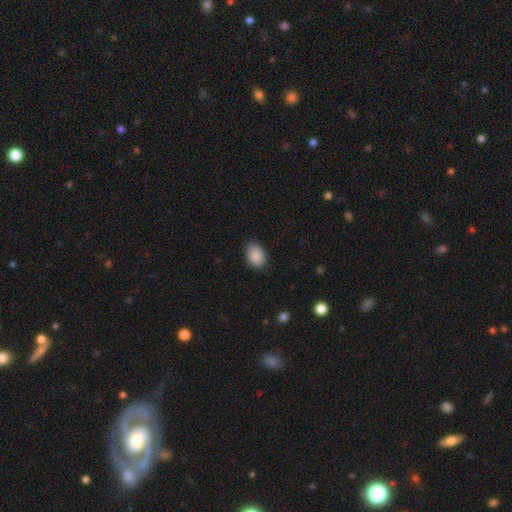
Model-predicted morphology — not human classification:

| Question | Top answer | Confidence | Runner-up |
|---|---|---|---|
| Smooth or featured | smooth | 90% | star or artifact (7%) |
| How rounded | in between | 82% | round (17%) |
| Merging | none | 81% | minor disturbance (15%) |